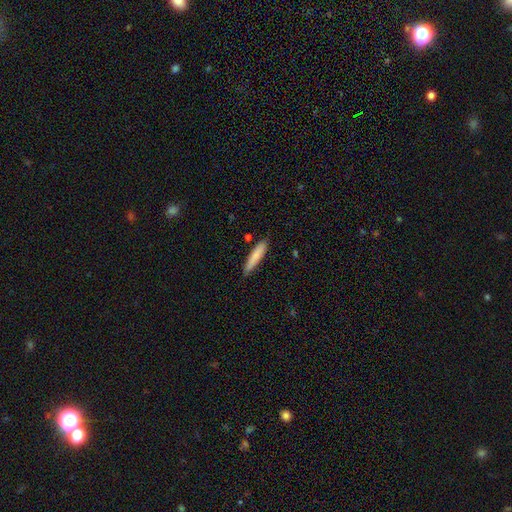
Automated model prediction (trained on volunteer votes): Morphology: type=smooth (79%); roundness=cigar-shaped (85%); merging=none (83%).